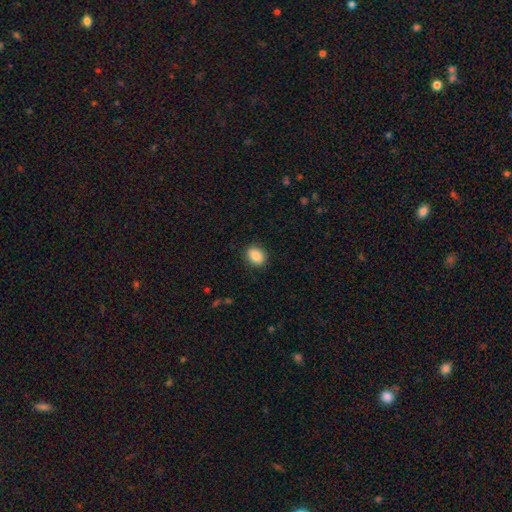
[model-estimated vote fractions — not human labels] smooth_or_featured: smooth (p=0.87) [alt: star or artifact p=0.08]
how_rounded: in between (p=0.58) [alt: round p=0.41]
merging: none (p=0.89) [alt: minor disturbance p=0.08]